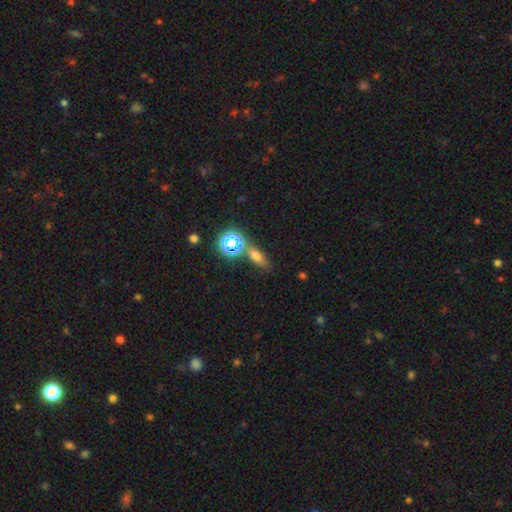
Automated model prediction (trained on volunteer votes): This is possibly a smooth galaxy (59%). How rounded: possibly in between (49%). Merging: likely none (69%).